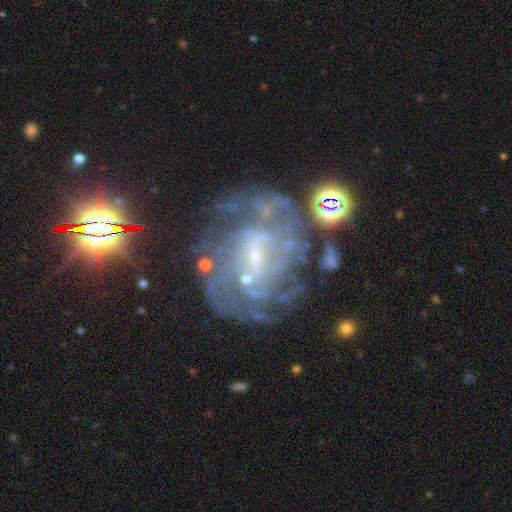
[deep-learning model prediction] smooth_or_featured: featured or disk (p=0.82) [alt: star or artifact p=0.11]
disk_edge_on: no (p=0.97) [alt: yes p=0.03]
bar: weak (p=0.53) [alt: no p=0.26]
has_spiral_arms: yes (p=0.90) [alt: no p=0.10]
spiral_winding: tight (p=0.49) [alt: medium p=0.38]
spiral_arm_count: can't tell (p=0.40) [alt: 2 p=0.16]
bulge_size: small (p=0.68) [alt: moderate p=0.18]
merging: none (p=0.63) [alt: minor disturbance p=0.18]